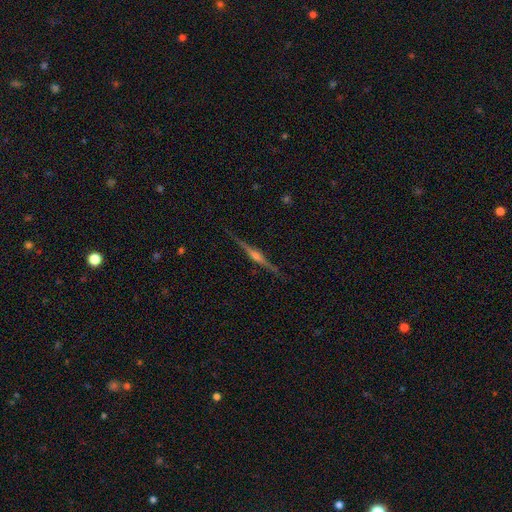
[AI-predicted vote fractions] Overall: featured or disk (85%). Edge-on disk: yes (98%). Edge-on bulge: rounded (89%). Merging: none (89%).